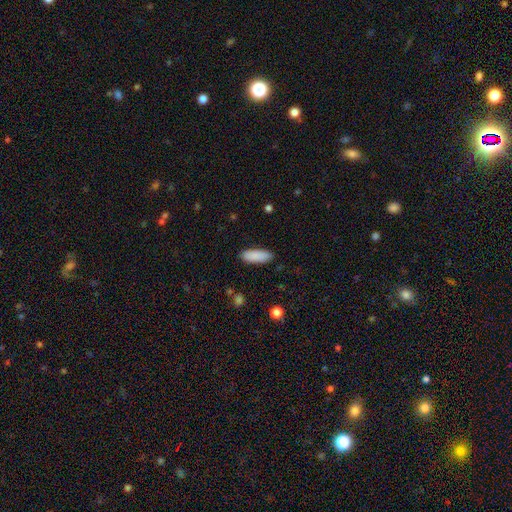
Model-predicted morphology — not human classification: The model was most divided on "how rounded": in between: 67%, cigar-shaped: 31%, round: 2%. More confident: smooth or featured — smooth (89%); merging — none (88%).